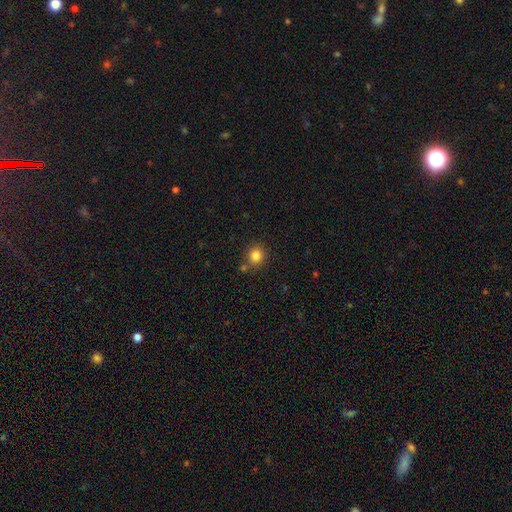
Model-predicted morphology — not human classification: smooth-or-featured: smooth: 82% | star or artifact: 12% | featured or disk: 6%
  how-rounded: round: 87% | in between: 13% | cigar-shaped: 1%
  merging: none: 79% | minor disturbance: 10% | merger: 9% | major disturbance: 3%